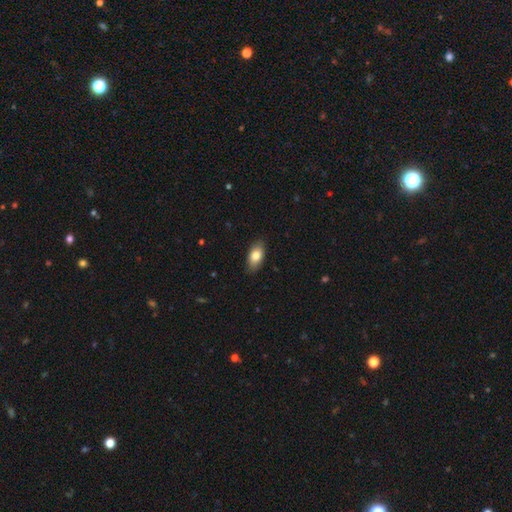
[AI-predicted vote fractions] smooth_or_featured: smooth (p=0.81) [alt: featured or disk p=0.13]
how_rounded: in between (p=0.91) [alt: cigar-shaped p=0.05]
merging: none (p=0.87) [alt: minor disturbance p=0.10]